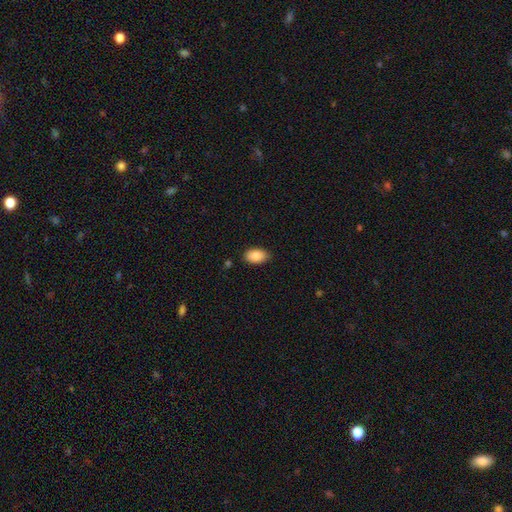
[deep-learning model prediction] Morphology: type=smooth (87%); roundness=in between (92%); merging=none (85%).